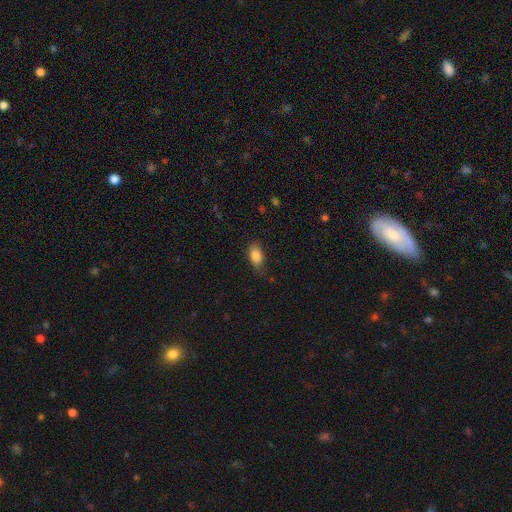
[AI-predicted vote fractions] smooth 84%, featured or disk 8%, star or artifact 8%. Down the decision tree: how rounded — in between (90%); merging — none (75%).